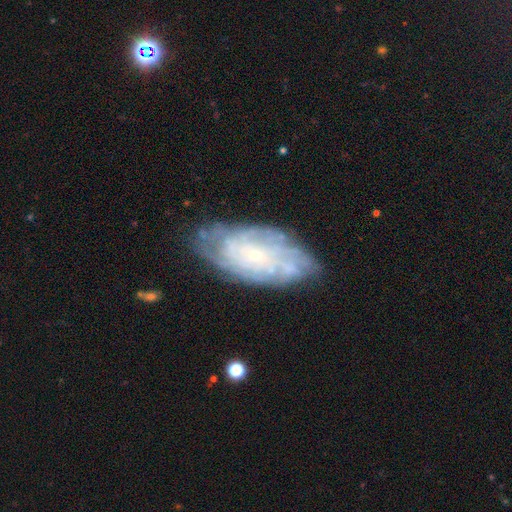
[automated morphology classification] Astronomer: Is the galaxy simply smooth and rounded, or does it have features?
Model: featured or disk — 77%.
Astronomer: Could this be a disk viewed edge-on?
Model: no — 93%.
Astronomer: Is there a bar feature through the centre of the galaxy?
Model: no — 77%.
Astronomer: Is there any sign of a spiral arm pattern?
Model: yes — 87%.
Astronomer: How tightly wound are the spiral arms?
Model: tight — 72%.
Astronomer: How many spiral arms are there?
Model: can't tell — 50%.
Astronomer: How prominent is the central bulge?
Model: small — 84%.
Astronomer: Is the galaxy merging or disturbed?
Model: none — 74%.